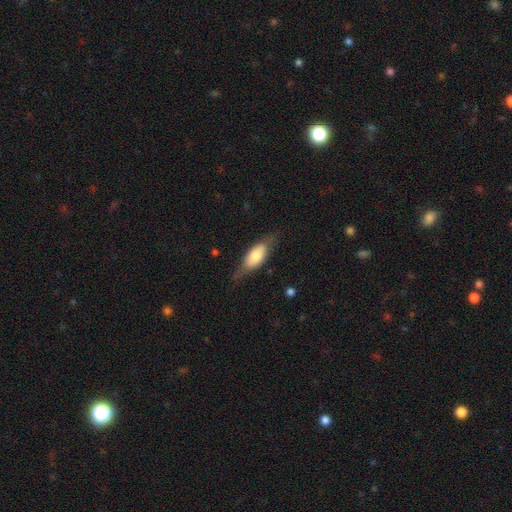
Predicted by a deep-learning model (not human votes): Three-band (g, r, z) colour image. It shows a smooth galaxy with no disk features (63%) that is in between round and cigar-shaped (78%). Merging: none (67%).